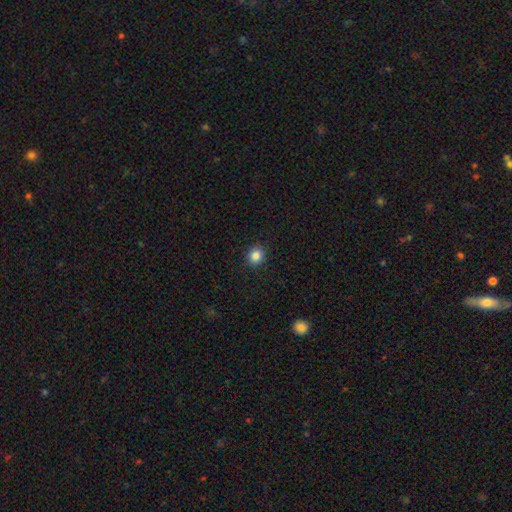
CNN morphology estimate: type=smooth (84%); roundness=round (82%); merging=none (91%).